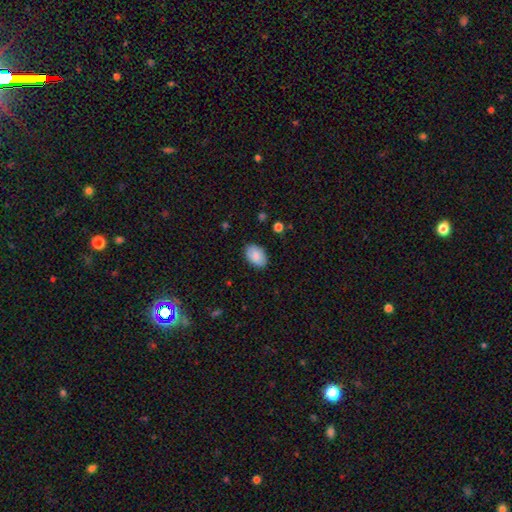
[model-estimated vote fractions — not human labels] Q: Smooth or featured?
A: smooth (84%); runner-up: featured or disk (9%)
Q: How rounded?
A: in between (88%); runner-up: round (11%)
Q: Merging?
A: none (86%); runner-up: minor disturbance (11%)